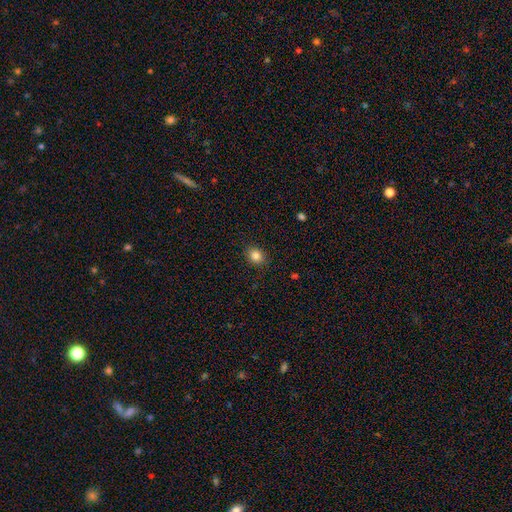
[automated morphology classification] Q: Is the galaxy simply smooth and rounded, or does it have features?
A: smooth — 85%.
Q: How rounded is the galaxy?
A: round — 54%.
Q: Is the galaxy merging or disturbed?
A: none — 89%.